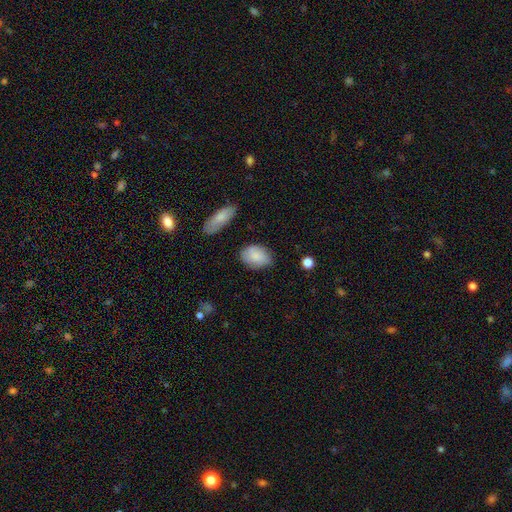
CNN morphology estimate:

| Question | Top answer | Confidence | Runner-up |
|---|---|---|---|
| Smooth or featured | smooth | 84% | featured or disk (10%) |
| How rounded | in between | 83% | round (15%) |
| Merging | none | 73% | minor disturbance (21%) |